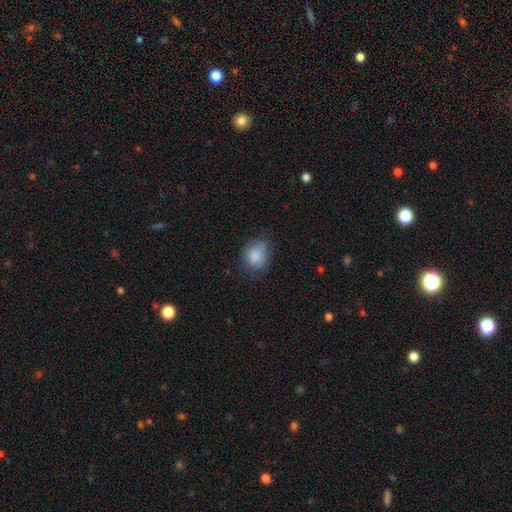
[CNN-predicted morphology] type=smooth (84%); roundness=round (55%); merging=none (56%).